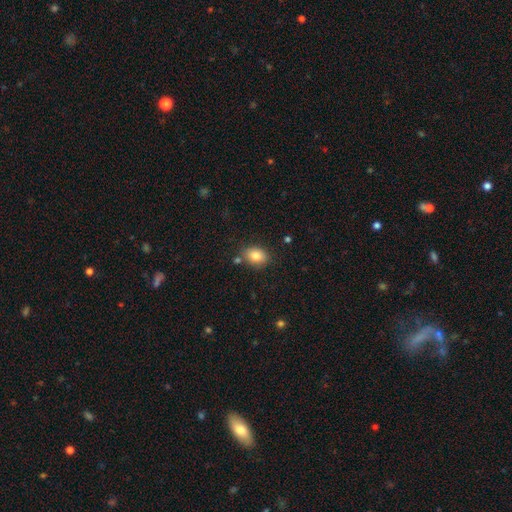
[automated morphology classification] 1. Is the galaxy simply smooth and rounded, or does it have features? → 83% smooth, 9% star or artifact, 8% featured or disk.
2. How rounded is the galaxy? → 72% in between, 27% round, 1% cigar-shaped.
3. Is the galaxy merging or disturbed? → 80% none, 12% minor disturbance, 6% merger, 3% major disturbance.